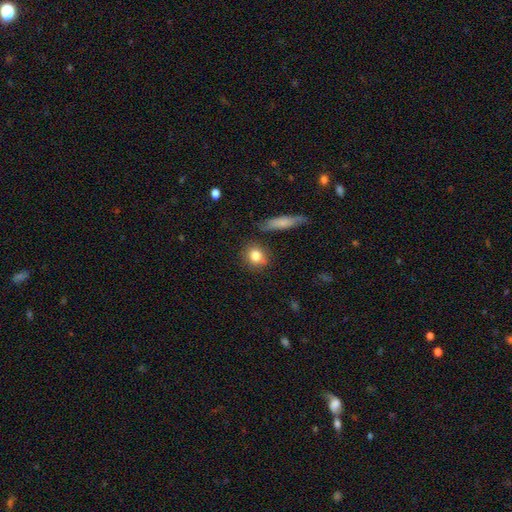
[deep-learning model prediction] Smooth or featured? Predicted: smooth (p=0.81). How rounded? Predicted: round (p=0.66). Merging? Predicted: none (p=0.78).